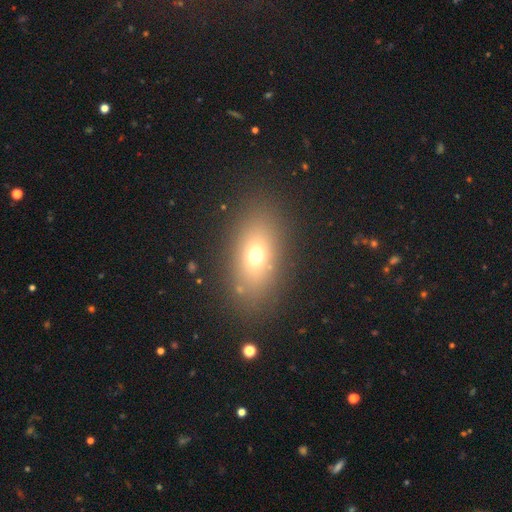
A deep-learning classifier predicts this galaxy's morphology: A smooth galaxy with no disk features (67%) that is in between round and cigar-shaped (79%). Merging: none (83%).